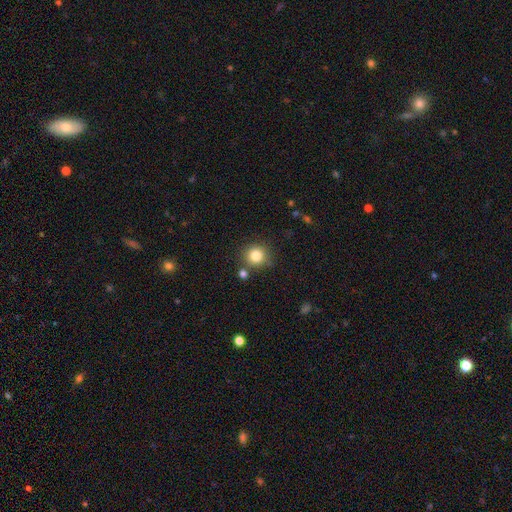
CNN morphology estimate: Smooth or featured? smooth (82%)
How rounded? round (91%)
Merging? none (80%)